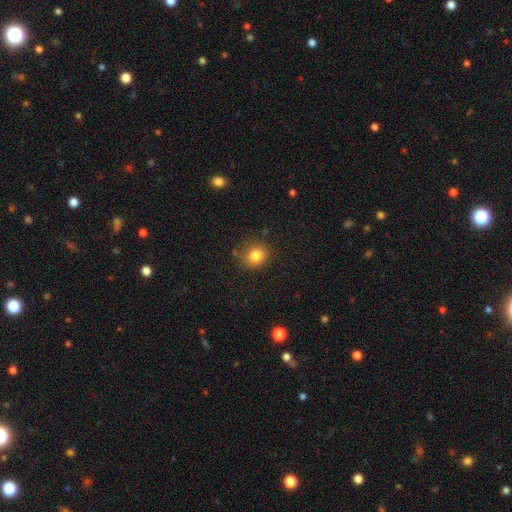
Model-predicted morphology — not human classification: This appears to be a smooth galaxy with no disk features (82%) that is round (82%). Merging: none (80%).